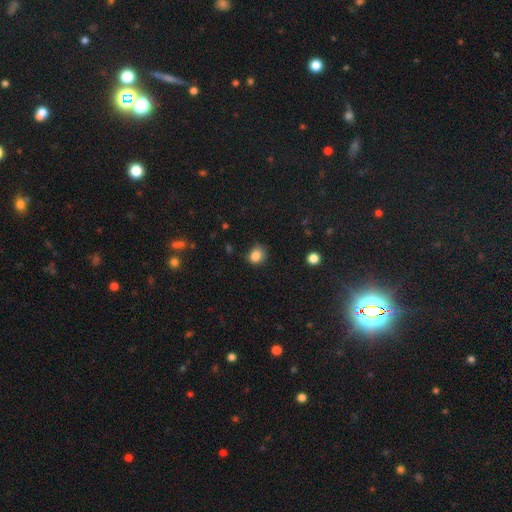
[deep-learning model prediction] Smooth or featured?
  - smooth: 84% *
  - star or artifact: 11%
  - featured or disk: 5%
How rounded?
  - round: 74% *
  - in between: 25%
  - cigar-shaped: 1%
Merging?
  - none: 71% *
  - minor disturbance: 23%
  - major disturbance: 5%
  - merger: 2%